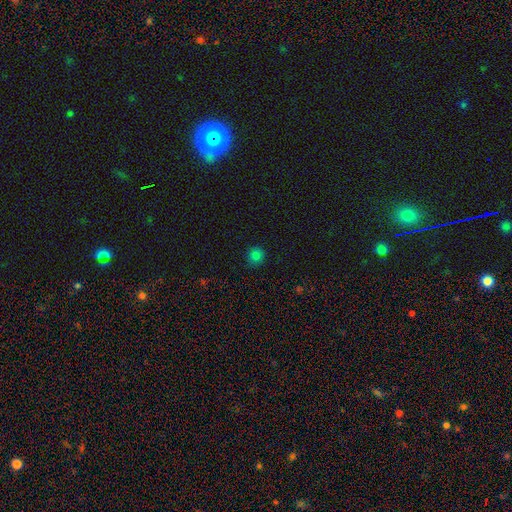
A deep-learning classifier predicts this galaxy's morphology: smooth 81%, star or artifact 15%, featured or disk 4%. Down the decision tree: how rounded — round (90%); merging — none (88%).